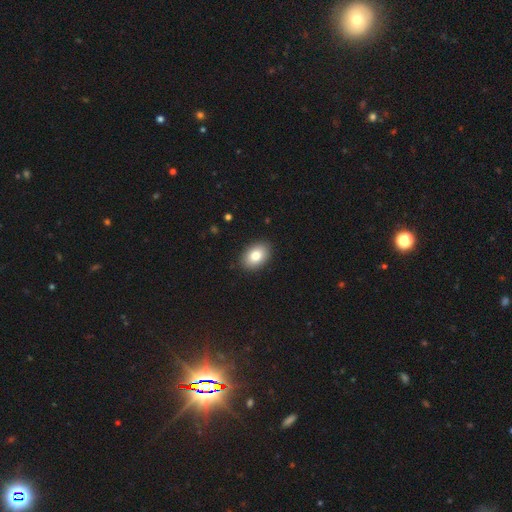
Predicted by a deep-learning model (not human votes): smooth-or-featured: smooth: 82% | featured or disk: 10% | star or artifact: 8%
  how-rounded: in between: 85% | round: 14% | cigar-shaped: 1%
  merging: none: 89% | minor disturbance: 8% | major disturbance: 2% | merger: 1%